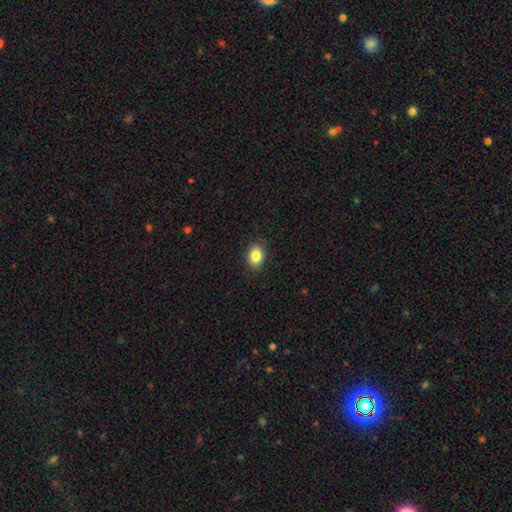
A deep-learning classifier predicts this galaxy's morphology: Smooth or featured? Predicted: smooth (p=0.85). How rounded? Predicted: in between (p=0.63). Merging? Predicted: none (p=0.89).